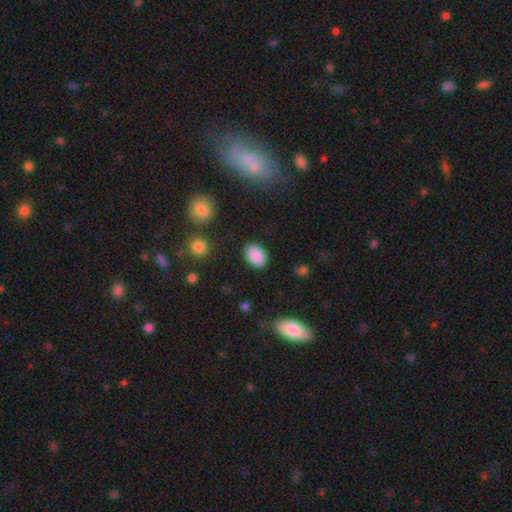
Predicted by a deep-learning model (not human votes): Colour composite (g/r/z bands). It shows a smooth galaxy with no disk features (88%) that is in between round and cigar-shaped (82%). Merging: none (86%).